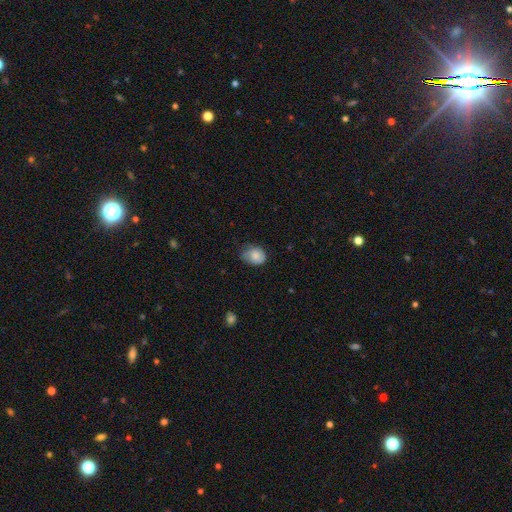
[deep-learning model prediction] A smooth galaxy with no disk features (79%) that is in between round and cigar-shaped (56%). Merging: none (52%).